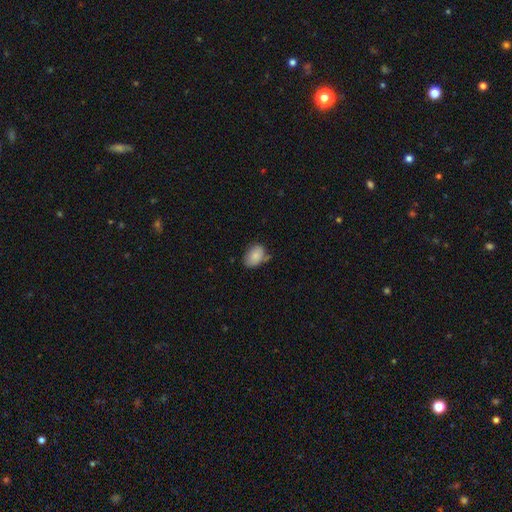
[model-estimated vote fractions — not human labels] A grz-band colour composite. It shows a smooth galaxy with no disk features (82%) that is in between round and cigar-shaped (81%). Merging: none (59%).